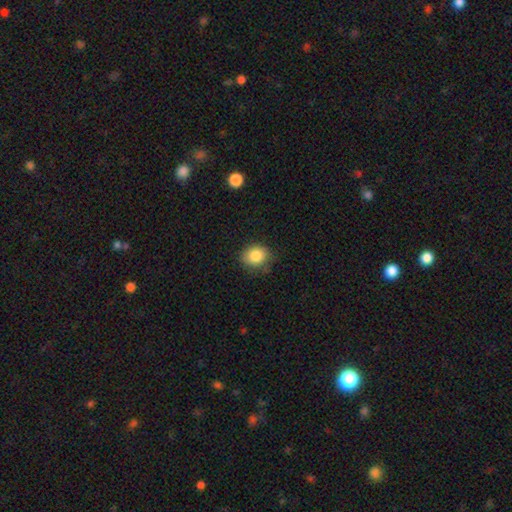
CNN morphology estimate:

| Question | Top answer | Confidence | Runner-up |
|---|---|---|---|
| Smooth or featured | smooth | 85% | star or artifact (9%) |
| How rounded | round | 57% | in between (42%) |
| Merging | none | 77% | minor disturbance (17%) |